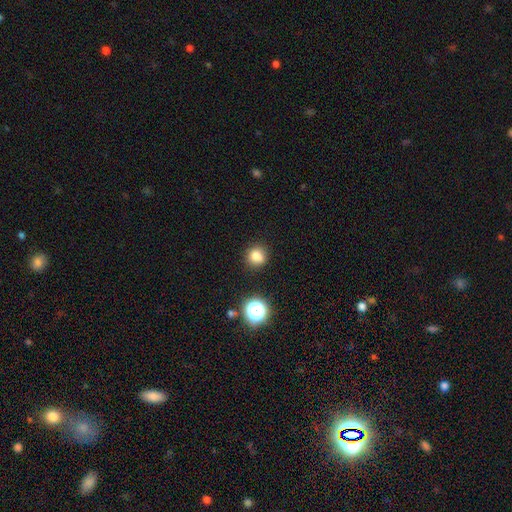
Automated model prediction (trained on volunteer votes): The model was most divided on "smooth or featured": smooth: 79%, star or artifact: 14%, featured or disk: 7%. More confident: how rounded — round (83%); merging — none (82%).